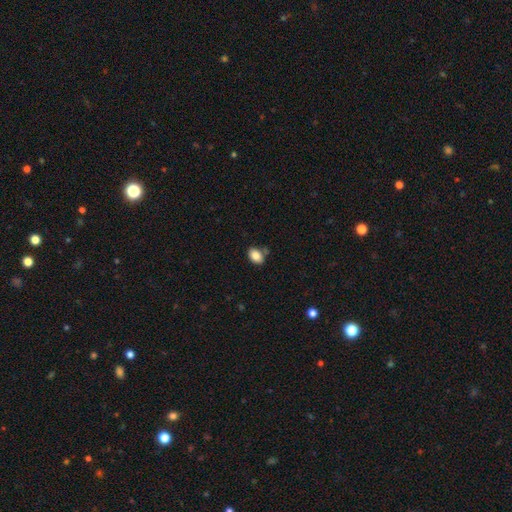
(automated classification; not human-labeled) smooth 84%, star or artifact 8%, featured or disk 8%. Down the decision tree: how rounded — in between (85%); merging — none (71%).